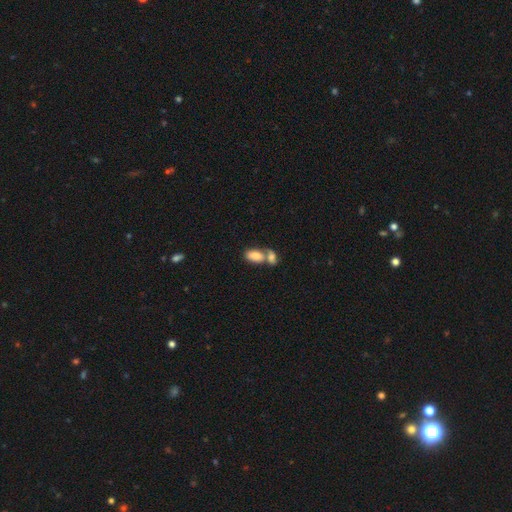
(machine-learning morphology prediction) smooth_or_featured: smooth (p=0.83) [alt: featured or disk p=0.10]
how_rounded: in between (p=0.92) [alt: round p=0.05]
merging: merger (p=0.64) [alt: none p=0.25]